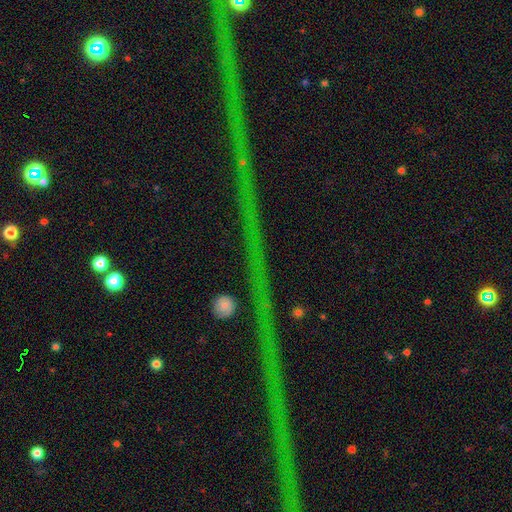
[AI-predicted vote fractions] The model was most divided on "smooth or featured": star or artifact: 70%, featured or disk: 18%, smooth: 12%.